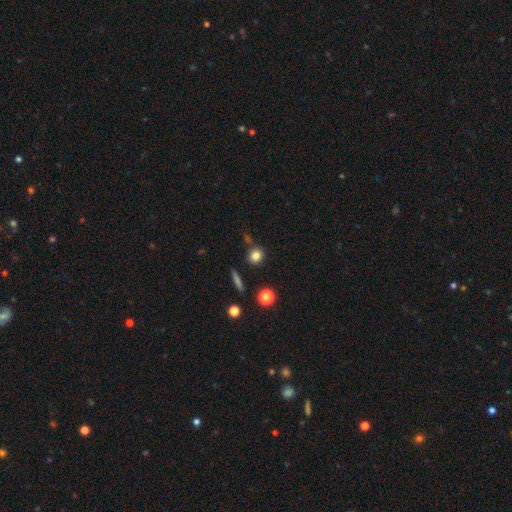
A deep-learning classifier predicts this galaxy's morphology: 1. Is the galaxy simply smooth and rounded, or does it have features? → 82% smooth, 11% star or artifact, 6% featured or disk.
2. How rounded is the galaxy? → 83% round, 15% in between, 2% cigar-shaped.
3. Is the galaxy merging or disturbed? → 78% none, 11% minor disturbance, 8% merger, 3% major disturbance.